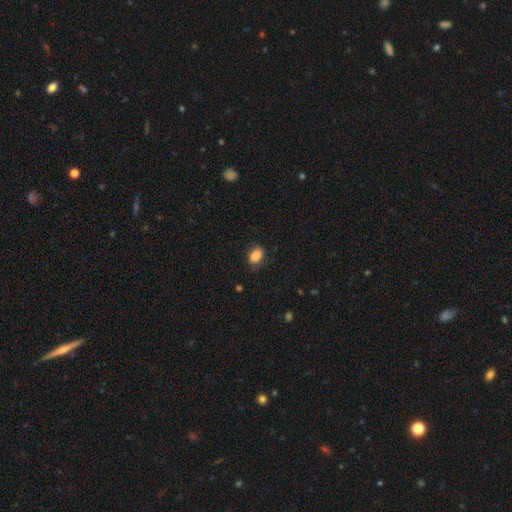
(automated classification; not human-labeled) Smooth or featured?
  - smooth: 85% *
  - star or artifact: 8%
  - featured or disk: 6%
How rounded?
  - in between: 83% *
  - round: 15%
  - cigar-shaped: 2%
Merging?
  - none: 81% *
  - minor disturbance: 15%
  - major disturbance: 3%
  - merger: 1%